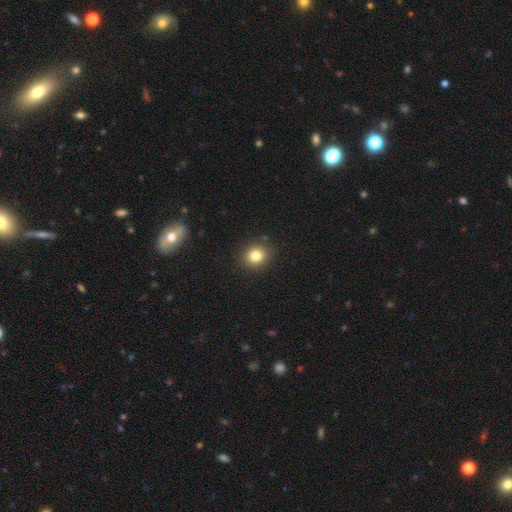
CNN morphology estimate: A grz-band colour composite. It shows a smooth galaxy with no disk features (81%) that is round (80%). Merging: none (88%).